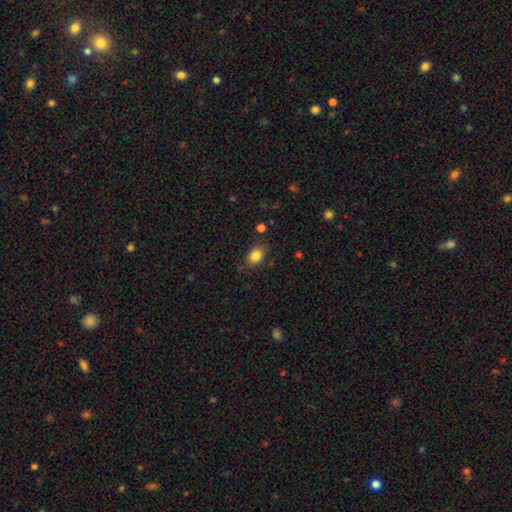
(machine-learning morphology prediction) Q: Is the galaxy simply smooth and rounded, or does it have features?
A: smooth — 84%.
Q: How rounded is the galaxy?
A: in between — 74%.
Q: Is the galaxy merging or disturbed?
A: none — 82%.